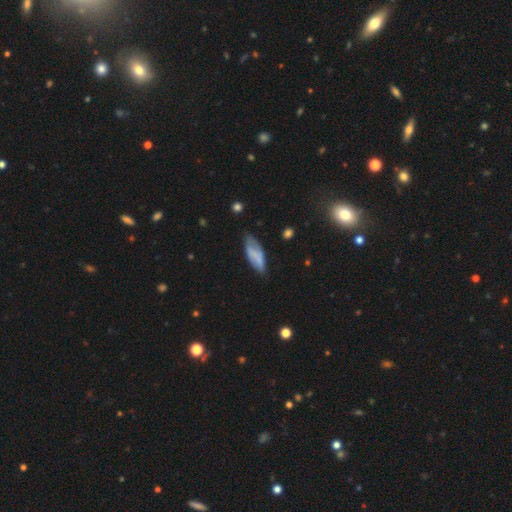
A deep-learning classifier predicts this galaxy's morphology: A smooth galaxy with no disk features (69%) that is in between round and cigar-shaped (72%).

Vote fractions:
- Smooth or featured? smooth: 69% / featured or disk: 24% / star or artifact: 7%
- How rounded? in between: 72% / cigar-shaped: 26% / round: 2%
- Merging? none: 58% / minor disturbance: 31% / major disturbance: 9% / merger: 3%